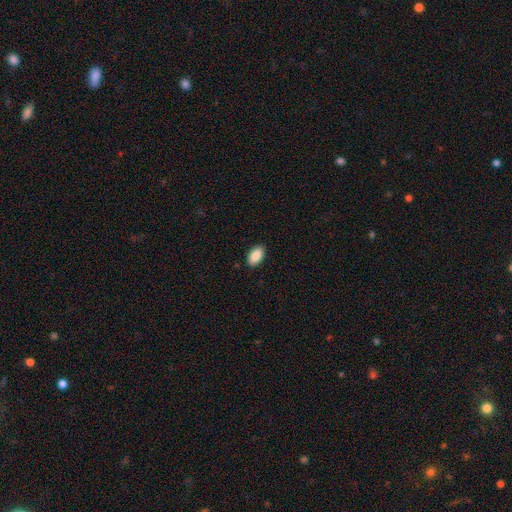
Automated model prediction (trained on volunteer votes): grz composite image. It shows a smooth galaxy with no disk features (89%) that is in between round and cigar-shaped (94%). Merging: none (89%).